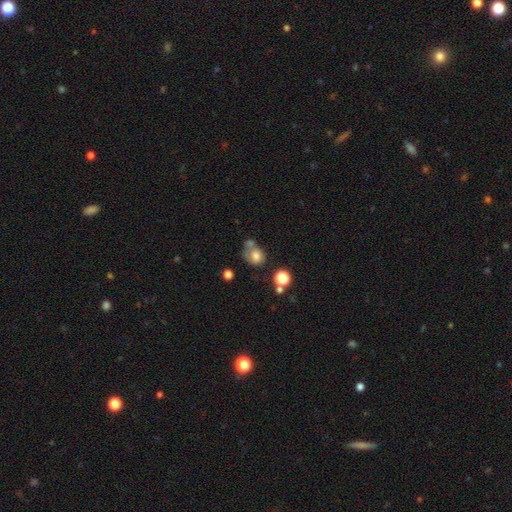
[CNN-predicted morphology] Smooth or featured? smooth (71%)
How rounded? round (61%)
Merging? none (32%)